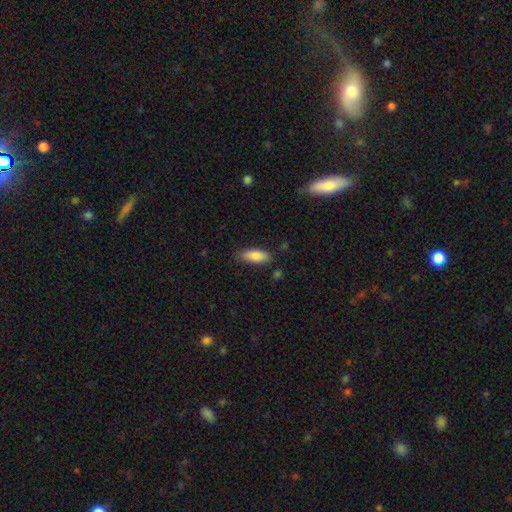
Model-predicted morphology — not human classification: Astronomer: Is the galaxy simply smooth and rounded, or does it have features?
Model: smooth — 86%.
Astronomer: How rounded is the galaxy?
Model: in between — 75%.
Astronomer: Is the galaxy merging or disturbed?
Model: none — 78%.